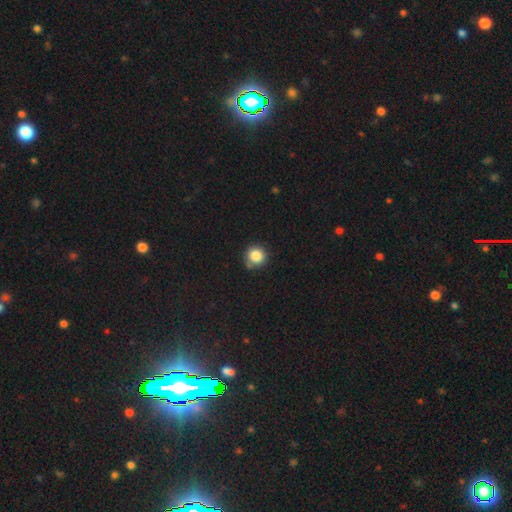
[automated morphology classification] Smooth or featured? smooth (84%)
How rounded? round (93%)
Merging? none (81%)